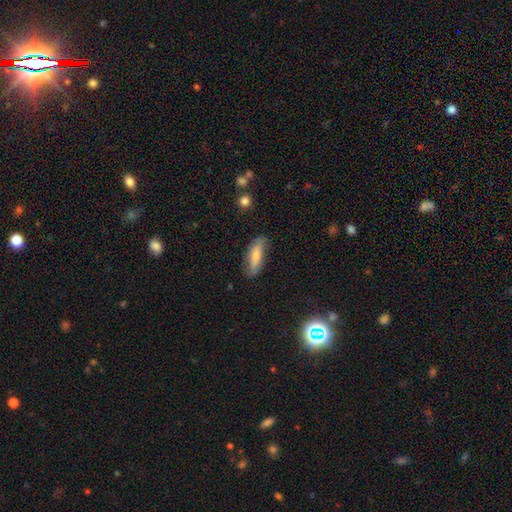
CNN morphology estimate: This is likely a smooth galaxy (71%). How rounded: possibly in between (54%). Merging: likely none (73%).